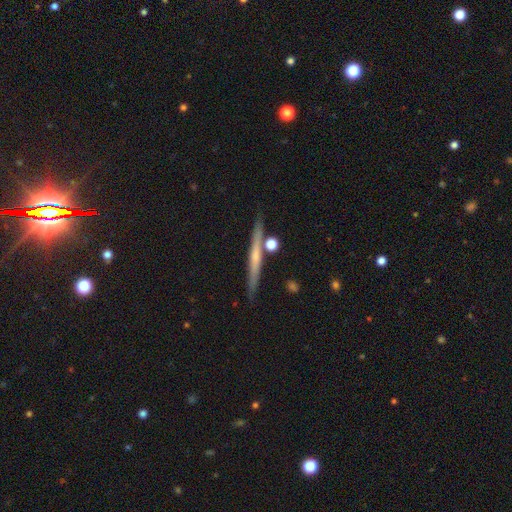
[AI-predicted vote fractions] Smooth or featured? Predicted: featured or disk (p=0.58). Edge-on disk? Predicted: yes (p=0.96). Edge-on bulge? Predicted: none (p=0.55). Merging? Predicted: none (p=0.83).